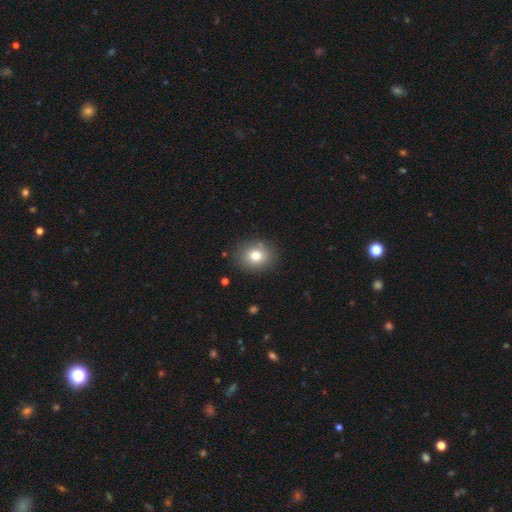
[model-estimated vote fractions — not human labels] Smooth or featured?
  - smooth: 78% *
  - star or artifact: 11%
  - featured or disk: 11%
How rounded?
  - round: 67% *
  - in between: 32%
  - cigar-shaped: 1%
Merging?
  - none: 86% *
  - minor disturbance: 10%
  - major disturbance: 3%
  - merger: 2%